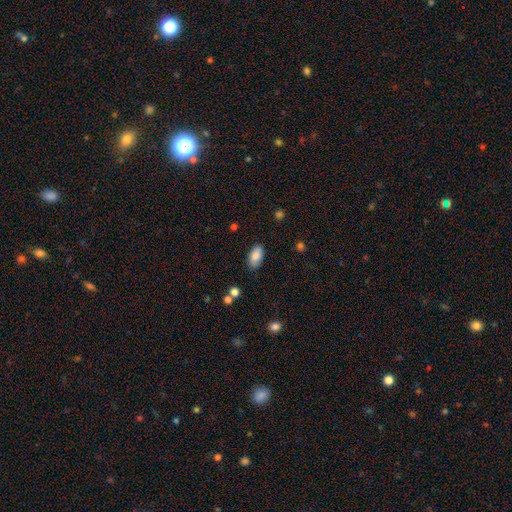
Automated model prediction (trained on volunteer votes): smooth_or_featured: smooth (p=0.85) [alt: featured or disk p=0.08]
how_rounded: in between (p=0.93) [alt: cigar-shaped p=0.03]
merging: none (p=0.85) [alt: minor disturbance p=0.11]